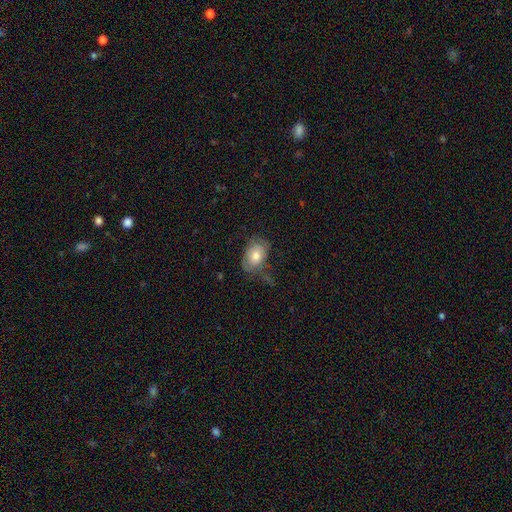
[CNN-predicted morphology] Overall: smooth (63%; featured or disk 29%). How rounded: in between (83%). Merging: none (56%; minor disturbance 29%).